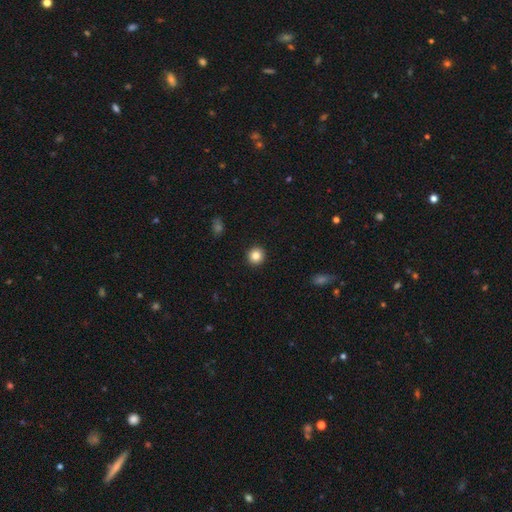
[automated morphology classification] The model was most divided on "smooth or featured": smooth: 85%, star or artifact: 10%, featured or disk: 5%. More confident: how rounded — round (93%); merging — none (93%).